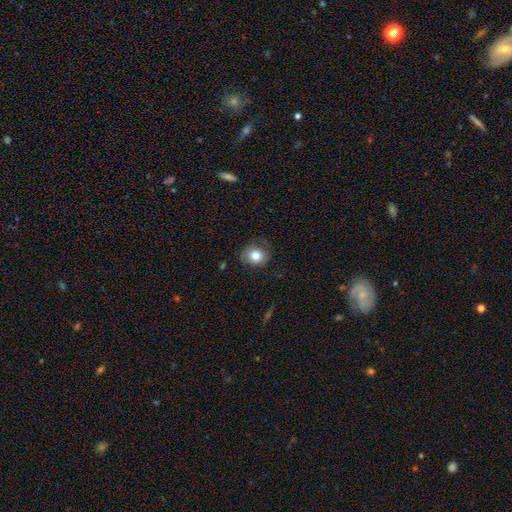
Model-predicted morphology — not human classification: Smooth or featured: smooth — 80% (featured or disk — 11%)
How rounded: round — 74% (in between — 25%)
Merging: none — 69% (minor disturbance — 22%)